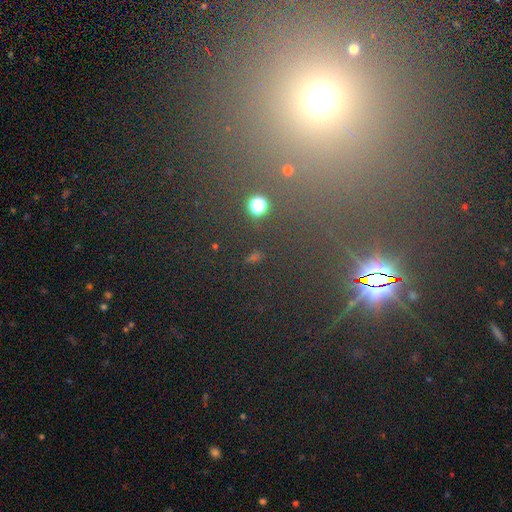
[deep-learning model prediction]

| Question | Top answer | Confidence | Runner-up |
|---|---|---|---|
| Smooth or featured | star or artifact | 67% | smooth (24%) |